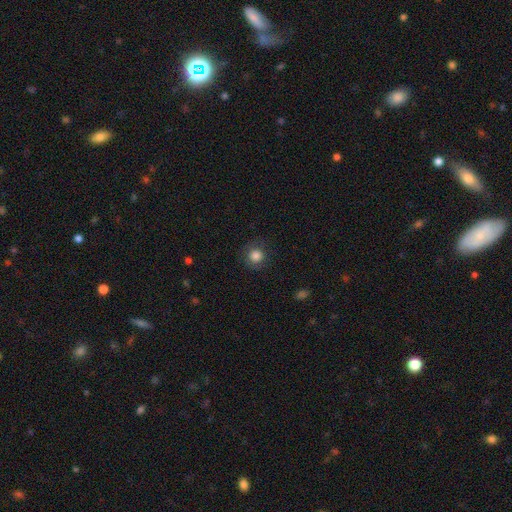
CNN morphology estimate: Smooth or featured: smooth — 82% (star or artifact — 11%)
How rounded: round — 92% (in between — 7%)
Merging: none — 84% (minor disturbance — 11%)